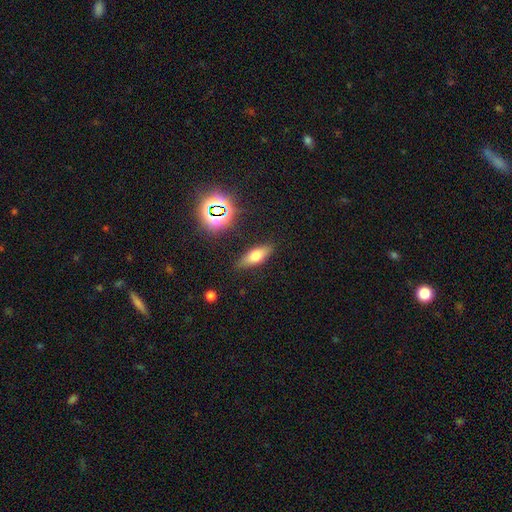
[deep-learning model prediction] Smooth or featured?
  - smooth: 62% *
  - featured or disk: 25%
  - star or artifact: 13%
How rounded?
  - in between: 65% *
  - cigar-shaped: 31%
  - round: 4%
Merging?
  - none: 84% *
  - minor disturbance: 11%
  - major disturbance: 3%
  - merger: 2%